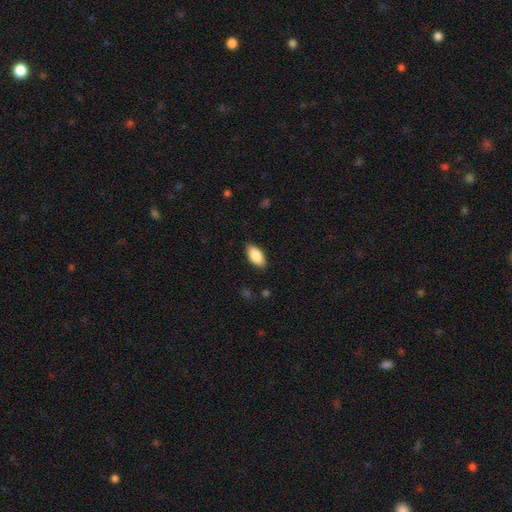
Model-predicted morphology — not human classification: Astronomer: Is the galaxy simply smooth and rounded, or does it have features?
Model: smooth — 85%.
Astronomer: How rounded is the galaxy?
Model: in between — 92%.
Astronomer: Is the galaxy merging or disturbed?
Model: none — 87%.